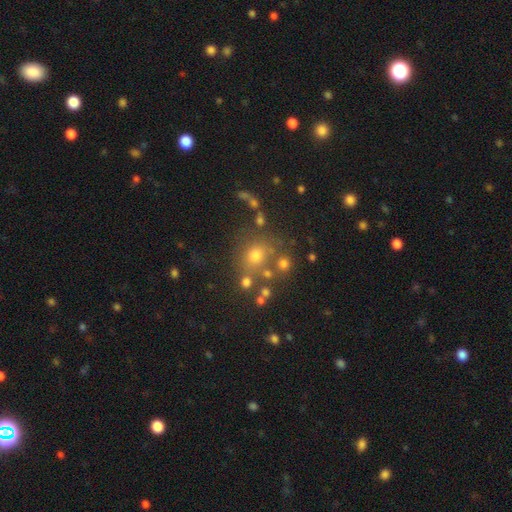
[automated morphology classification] A smooth galaxy with no disk features (63%) that is round (79%).

Vote fractions:
- Smooth or featured? smooth: 63% / star or artifact: 24% / featured or disk: 14%
- How rounded? round: 79% / in between: 19% / cigar-shaped: 1%
- Merging? none: 66% / merger: 15% / minor disturbance: 13% / major disturbance: 7%